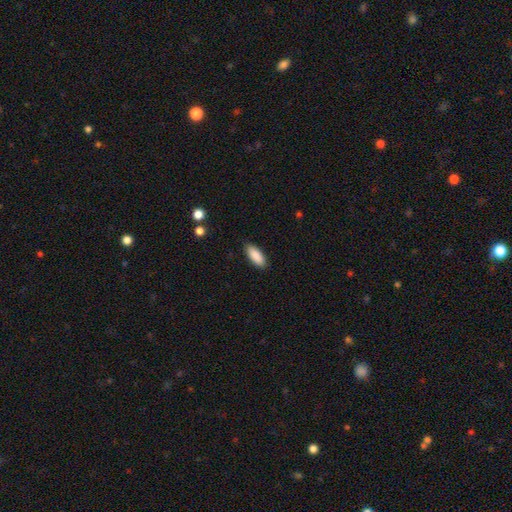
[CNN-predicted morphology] Smooth or featured: smooth — 90% (star or artifact — 6%)
How rounded: in between — 80% (cigar-shaped — 18%)
Merging: none — 87% (minor disturbance — 10%)